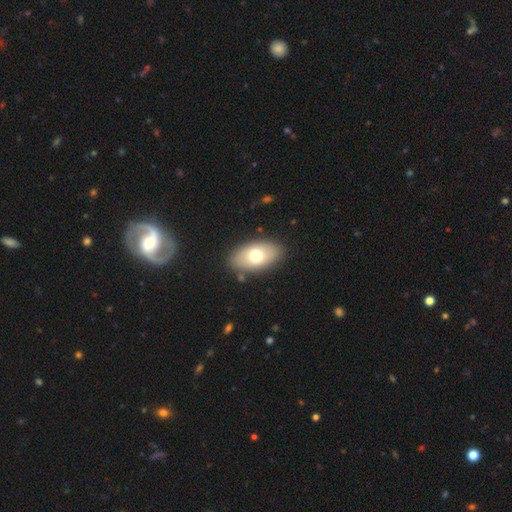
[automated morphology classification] Smooth or featured? Predicted: smooth (p=0.69). How rounded? Predicted: in between (p=0.92). Merging? Predicted: none (p=0.86).